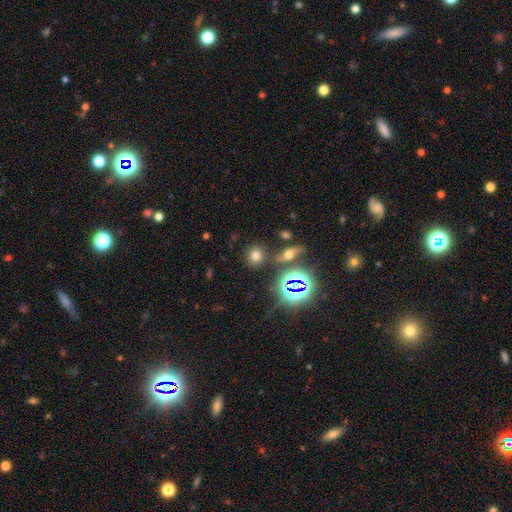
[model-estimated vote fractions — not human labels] This is likely a smooth galaxy (64%). How rounded: likely round (79%). Merging: clearly none (81%).